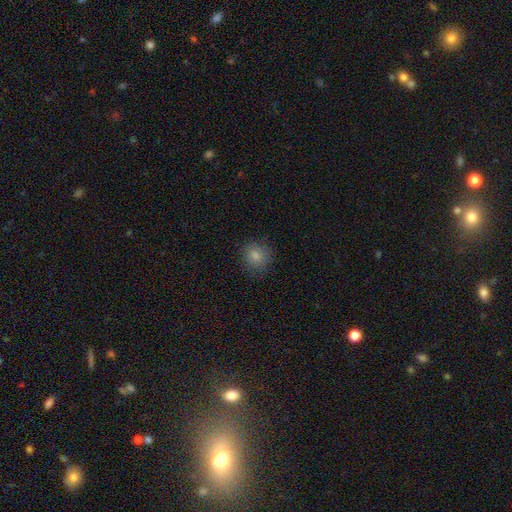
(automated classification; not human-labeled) The model was most divided on "how rounded": round: 83%, in between: 16%, cigar-shaped: 1%. More confident: smooth or featured — smooth (84%); merging — none (82%).